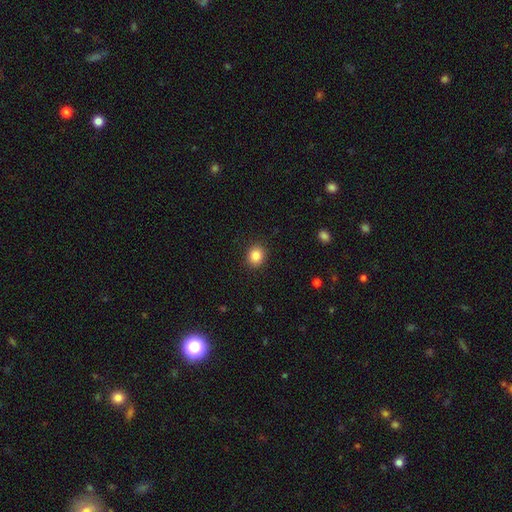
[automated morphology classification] A smooth galaxy with no disk features (86%) that is round (70%). Merging: none (90%).